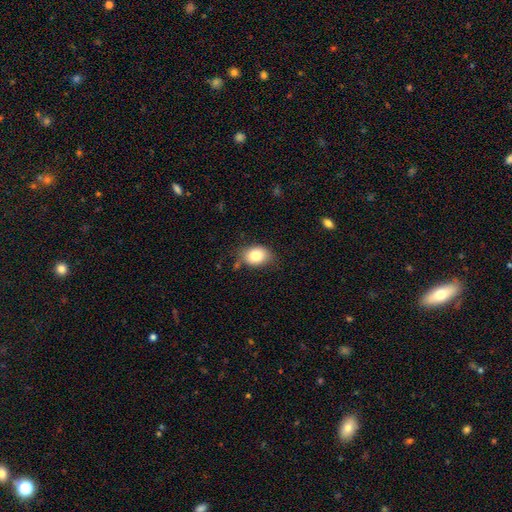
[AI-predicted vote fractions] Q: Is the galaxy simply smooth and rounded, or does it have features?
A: smooth — 83%.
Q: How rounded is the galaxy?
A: in between — 72%.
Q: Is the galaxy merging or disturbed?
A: none — 72%.